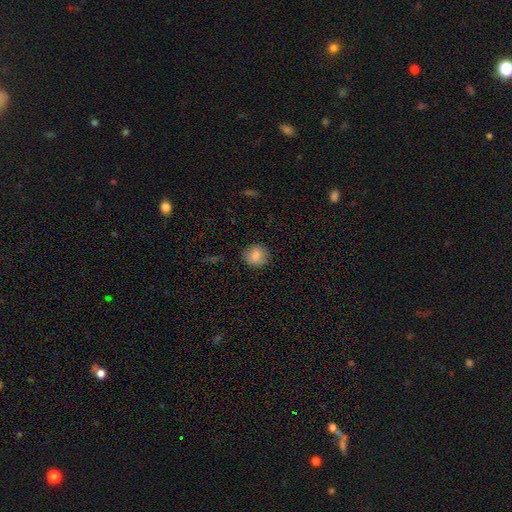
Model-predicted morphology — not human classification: The model was most divided on "smooth or featured": smooth: 83%, star or artifact: 9%, featured or disk: 8%. More confident: how rounded — round (89%); merging — none (88%).